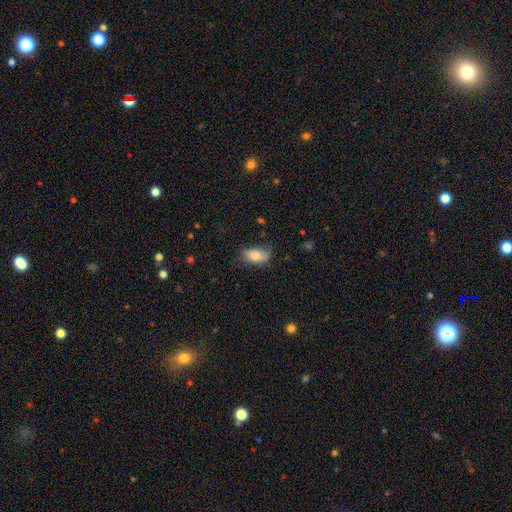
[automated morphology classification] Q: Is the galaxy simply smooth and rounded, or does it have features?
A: smooth — 80%.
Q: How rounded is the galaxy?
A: in between — 91%.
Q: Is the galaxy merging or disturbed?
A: none — 54%.